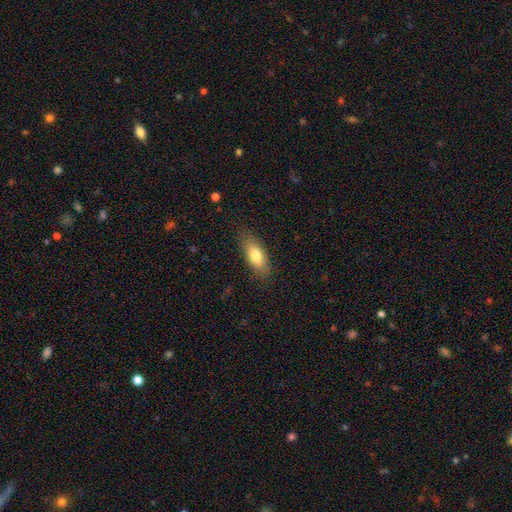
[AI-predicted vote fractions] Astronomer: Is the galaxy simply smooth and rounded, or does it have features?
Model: smooth — 76%.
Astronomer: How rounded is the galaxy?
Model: in between — 78%.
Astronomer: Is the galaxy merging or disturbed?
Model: none — 82%.